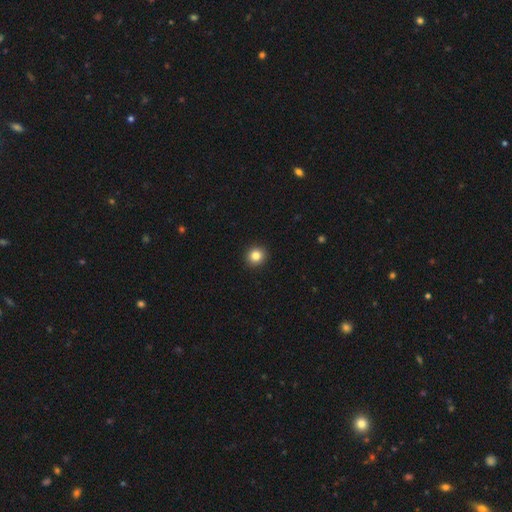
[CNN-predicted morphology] Overall: smooth (84%). How rounded: round (92%). Merging: none (93%).